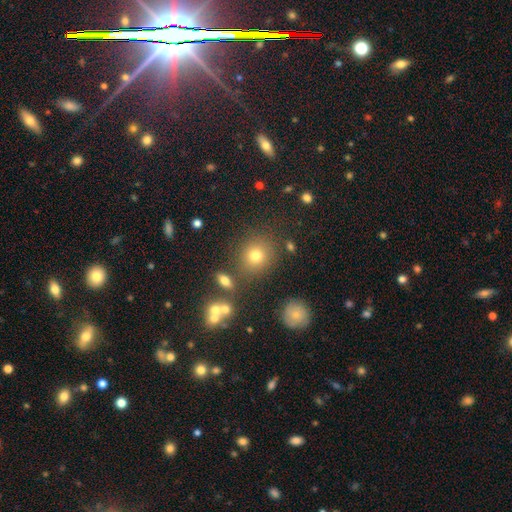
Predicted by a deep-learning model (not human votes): Smooth or featured: smooth — 74% (star or artifact — 16%)
How rounded: round — 80% (in between — 18%)
Merging: none — 77% (minor disturbance — 11%)